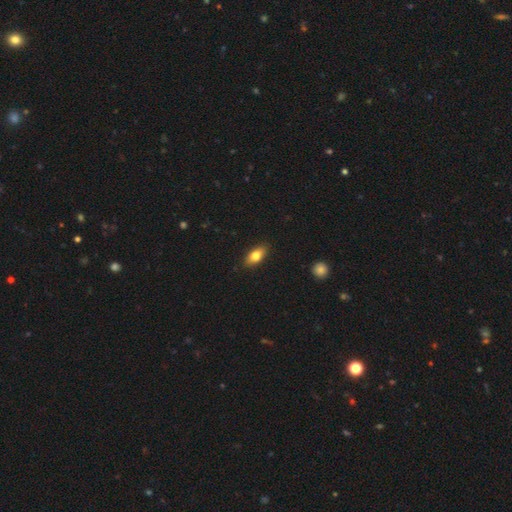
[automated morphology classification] Smooth or featured: smooth — 77% (featured or disk — 16%)
How rounded: in between — 84% (cigar-shaped — 11%)
Merging: none — 88% (minor disturbance — 9%)